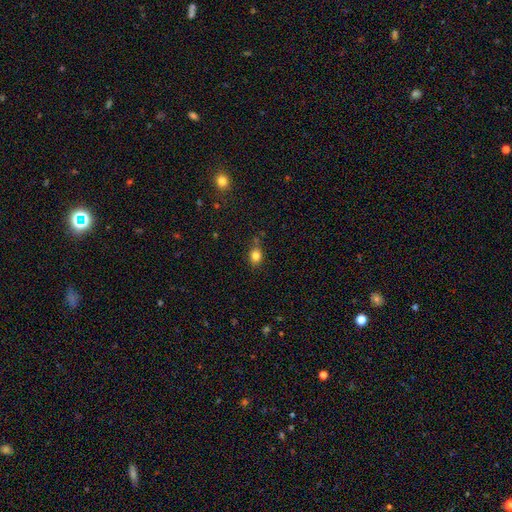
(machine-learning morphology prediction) A smooth galaxy with no disk features (82%) that is round (50%).

Vote fractions:
- Smooth or featured? smooth: 82% / star or artifact: 11% / featured or disk: 7%
- How rounded? round: 50% / in between: 48% / cigar-shaped: 1%
- Merging? none: 73% / minor disturbance: 18% / merger: 5% / major disturbance: 4%